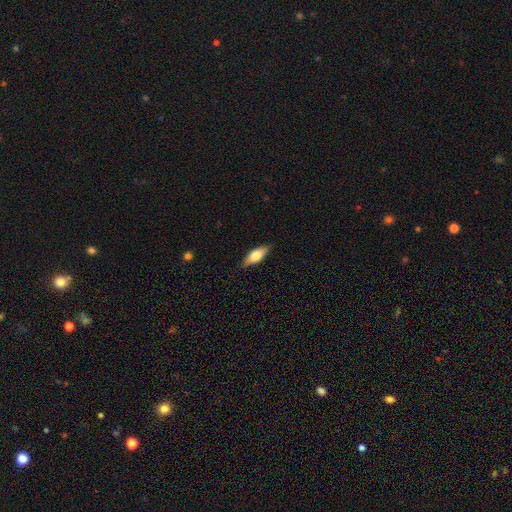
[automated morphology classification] Smooth or featured? smooth (70%)
How rounded? in between (72%)
Merging? none (85%)